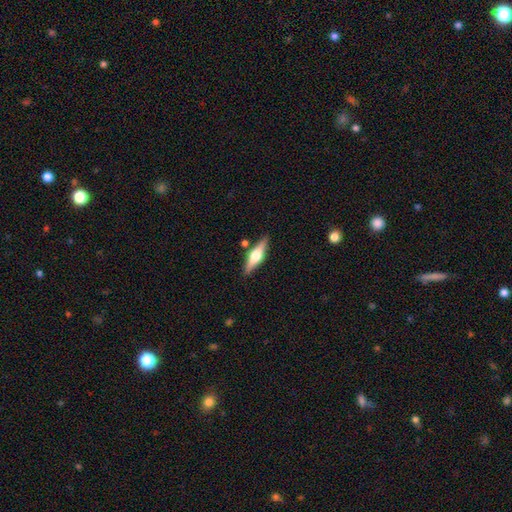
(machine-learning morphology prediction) Q: Smooth or featured?
A: featured or disk (63%); runner-up: smooth (31%)
Q: Edge-on disk?
A: yes (96%); runner-up: no (4%)
Q: Edge-on bulge?
A: rounded (93%); runner-up: boxy (5%)
Q: Merging?
A: none (85%); runner-up: minor disturbance (9%)